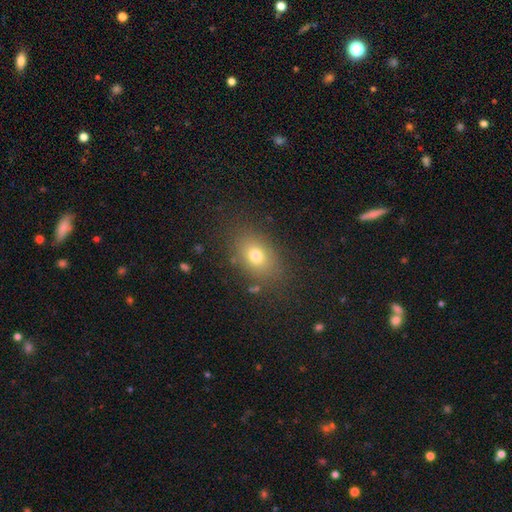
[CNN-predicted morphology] The model was most divided on "how rounded": in between: 74%, round: 24%, cigar-shaped: 2%. More confident: merging — none (82%); smooth or featured — smooth (74%).